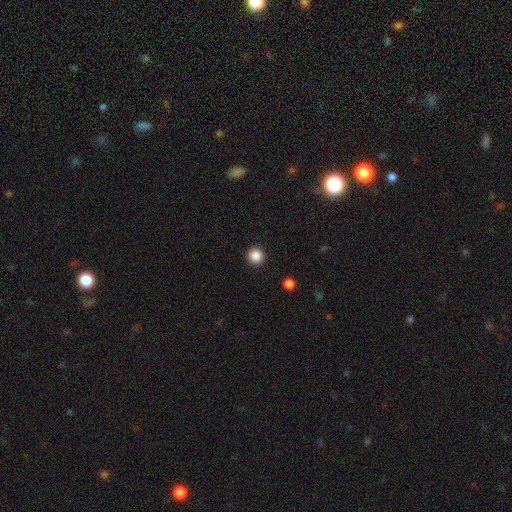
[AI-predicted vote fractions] Q: Smooth or featured?
A: smooth (87%); runner-up: star or artifact (10%)
Q: How rounded?
A: round (94%); runner-up: in between (5%)
Q: Merging?
A: none (93%); runner-up: minor disturbance (5%)